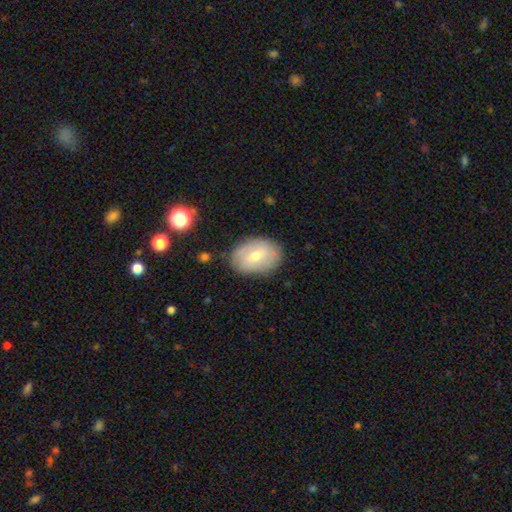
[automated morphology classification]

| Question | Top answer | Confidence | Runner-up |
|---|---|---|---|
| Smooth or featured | smooth | 53% | featured or disk (39%) |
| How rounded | in between | 82% | round (17%) |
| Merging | none | 81% | minor disturbance (14%) |